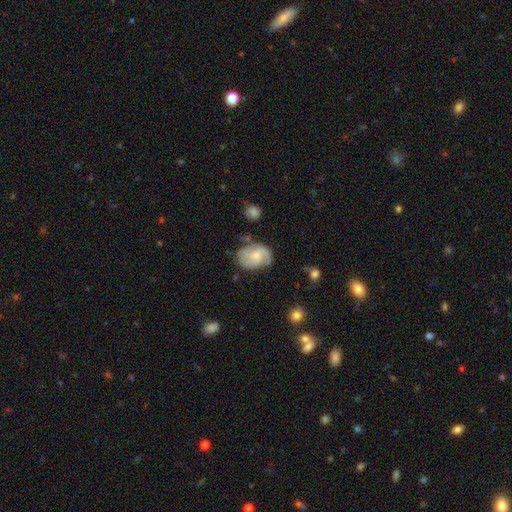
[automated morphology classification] smooth_or_featured: featured or disk (p=0.66) [alt: smooth p=0.28]
disk_edge_on: no (p=0.97) [alt: yes p=0.03]
bar: no (p=0.61) [alt: weak p=0.34]
has_spiral_arms: yes (p=0.91) [alt: no p=0.09]
spiral_winding: medium (p=0.47) [alt: tight p=0.30]
spiral_arm_count: 2 (p=0.62) [alt: can't tell p=0.16]
bulge_size: small (p=0.50) [alt: moderate p=0.36]
merging: none (p=0.61) [alt: minor disturbance p=0.25]